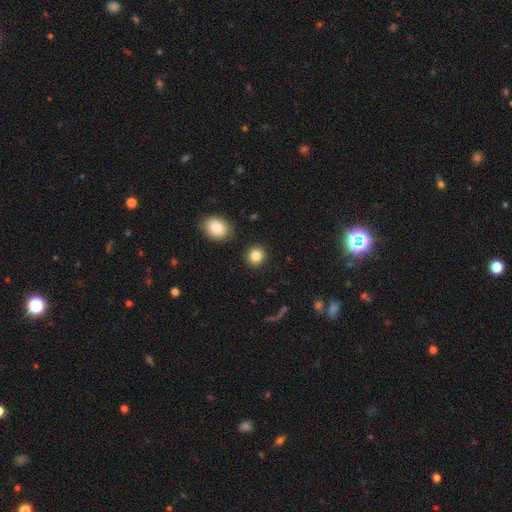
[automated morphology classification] A smooth galaxy with no disk features (85%) that is round (88%). Merging: none (90%).